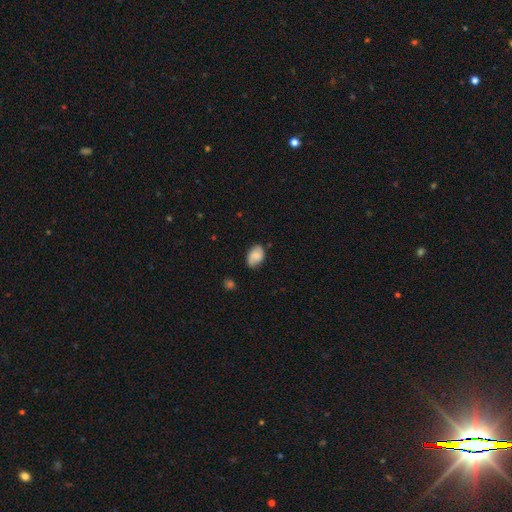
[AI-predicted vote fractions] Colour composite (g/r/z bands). It shows a smooth galaxy with no disk features (69%) that is in between round and cigar-shaped (84%). Merging: none (75%).